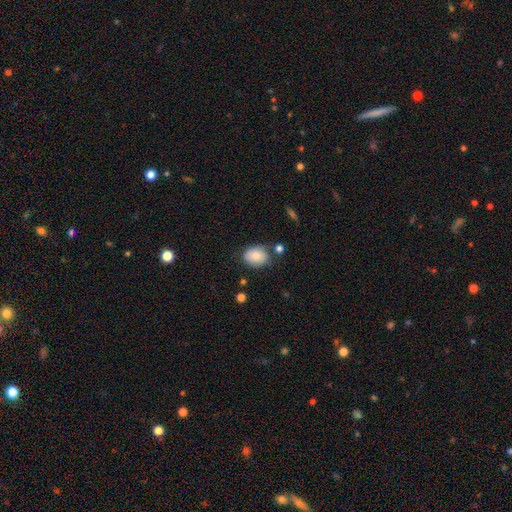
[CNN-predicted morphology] type=smooth (82%); roundness=in between (64%); merging=none (69%).